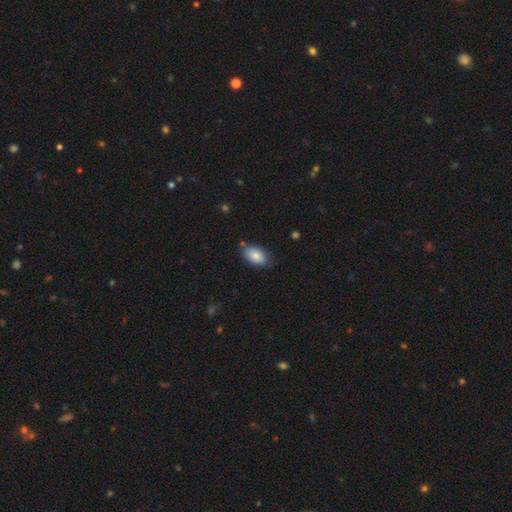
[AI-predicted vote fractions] smooth-or-featured: smooth: 86% | featured or disk: 7% | star or artifact: 7%
  how-rounded: in between: 93% | round: 5% | cigar-shaped: 2%
  merging: none: 75% | minor disturbance: 18% | major disturbance: 3% | merger: 3%